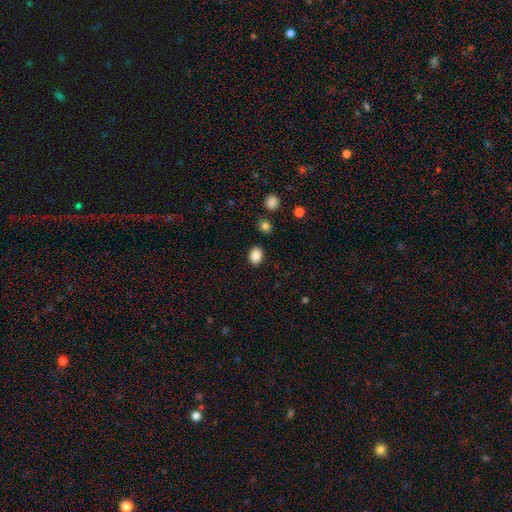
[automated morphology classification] This is clearly a smooth galaxy (87%). How rounded: likely in between (65%). Merging: clearly none (87%).